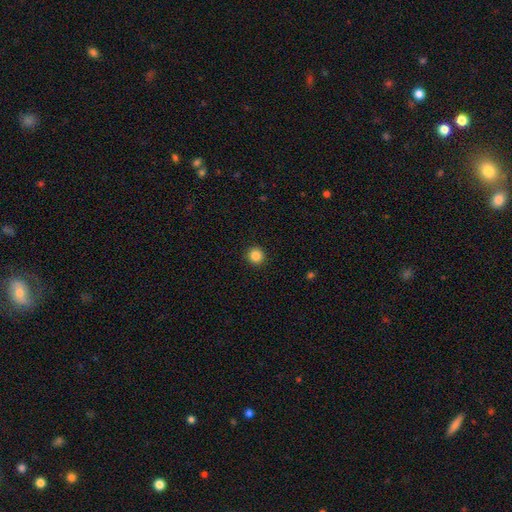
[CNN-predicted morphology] Smooth or featured?
  - smooth: 86% *
  - star or artifact: 10%
  - featured or disk: 4%
How rounded?
  - round: 94% *
  - in between: 5%
  - cigar-shaped: 1%
Merging?
  - none: 93% *
  - minor disturbance: 4%
  - major disturbance: 2%
  - merger: 1%